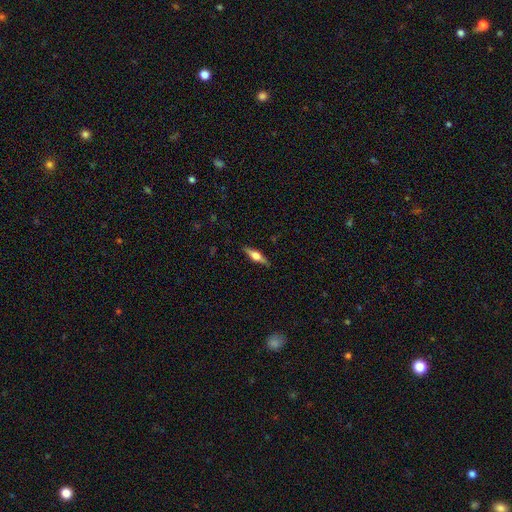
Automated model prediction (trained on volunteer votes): A featured or disk galaxy (61%) viewed edge-on (96%) with a rounded central bulge (91%). Merging: none (88%).